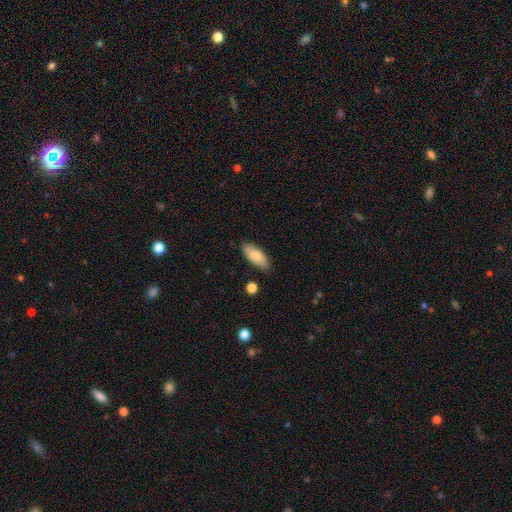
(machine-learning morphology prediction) Smooth or featured? smooth (83%)
How rounded? in between (81%)
Merging? none (85%)